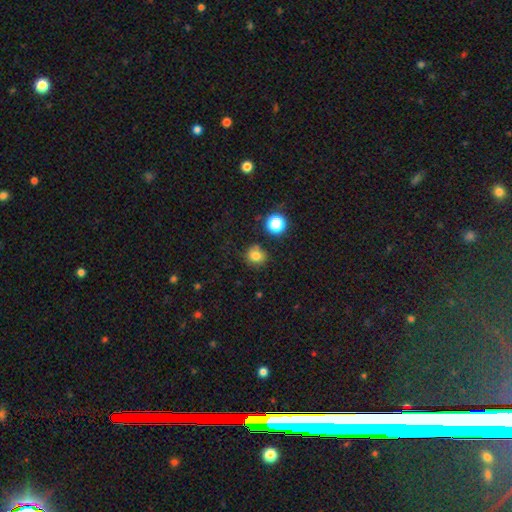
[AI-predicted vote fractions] This appears to be a smooth galaxy with no disk features (78%) that is round (84%). Merging: none (77%).